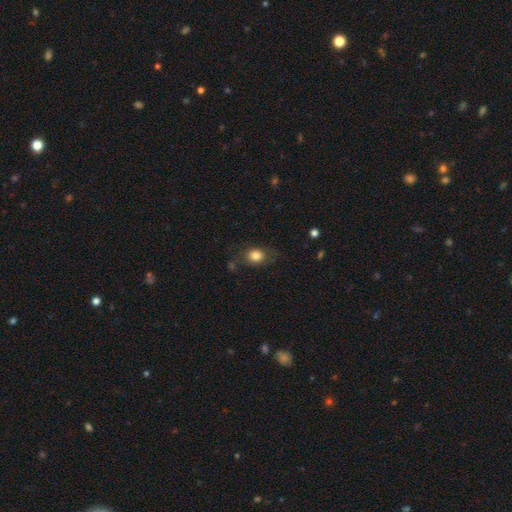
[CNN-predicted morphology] This appears to be a smooth galaxy with no disk features (82%) that is round (54%). Merging: none (71%).